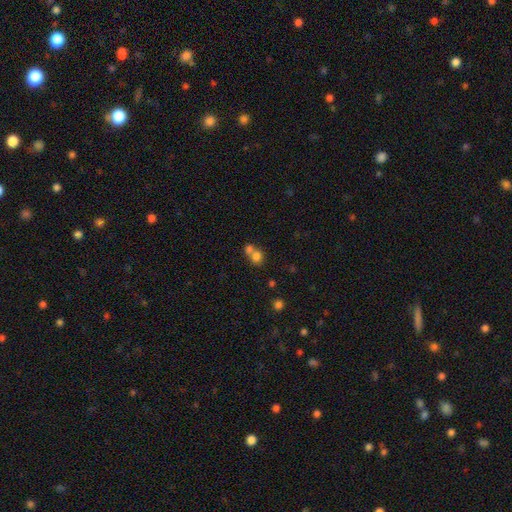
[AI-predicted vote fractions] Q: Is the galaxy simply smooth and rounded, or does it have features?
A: smooth — 75%.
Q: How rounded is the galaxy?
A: round — 79%.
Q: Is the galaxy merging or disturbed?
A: merger — 57%.